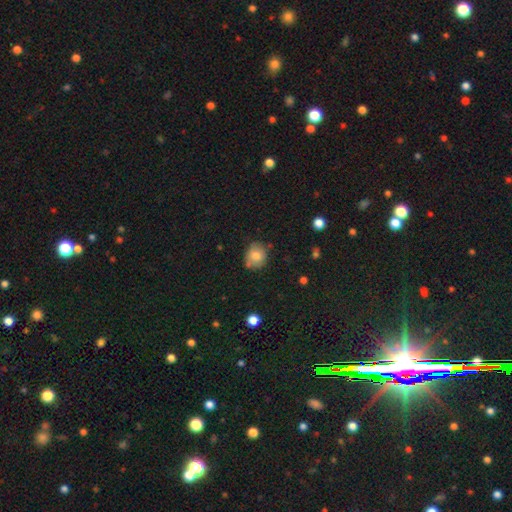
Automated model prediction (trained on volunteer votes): Q: Smooth or featured?
A: smooth (79%); runner-up: featured or disk (12%)
Q: How rounded?
A: round (69%); runner-up: in between (30%)
Q: Merging?
A: none (72%); runner-up: minor disturbance (19%)